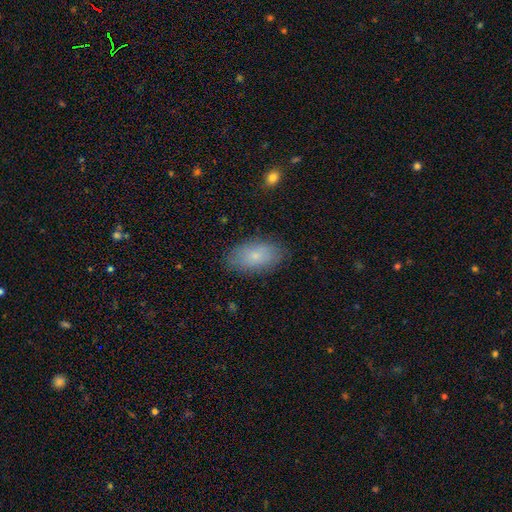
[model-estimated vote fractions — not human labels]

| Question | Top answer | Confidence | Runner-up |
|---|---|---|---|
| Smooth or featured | smooth | 78% | featured or disk (15%) |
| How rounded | in between | 93% | round (5%) |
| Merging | none | 83% | minor disturbance (12%) |